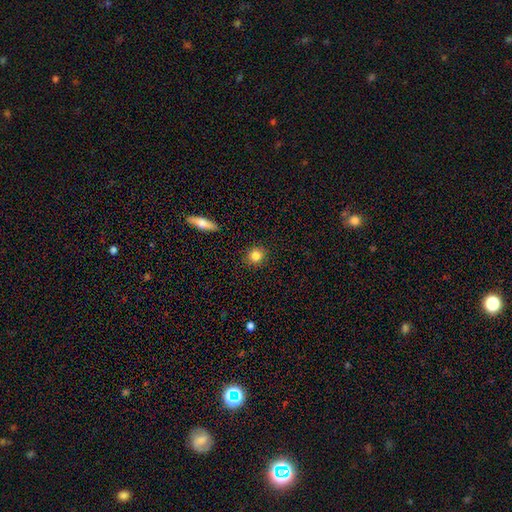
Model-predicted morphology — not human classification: The model was most divided on "how rounded": round: 86%, in between: 13%, cigar-shaped: 1%. More confident: merging — none (90%); smooth or featured — smooth (83%).